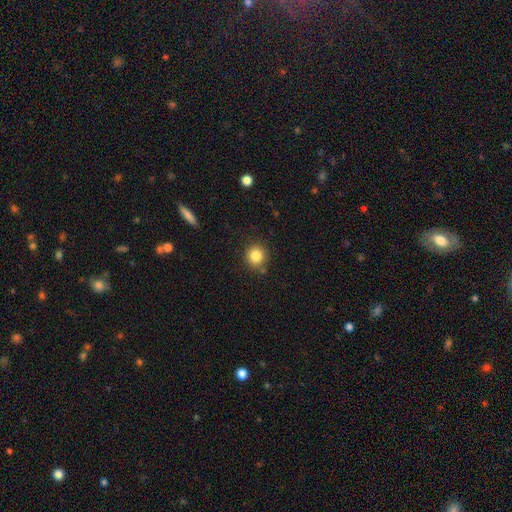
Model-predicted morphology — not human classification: Smooth or featured: smooth — 84% (star or artifact — 11%)
How rounded: round — 90% (in between — 9%)
Merging: none — 83% (minor disturbance — 10%)